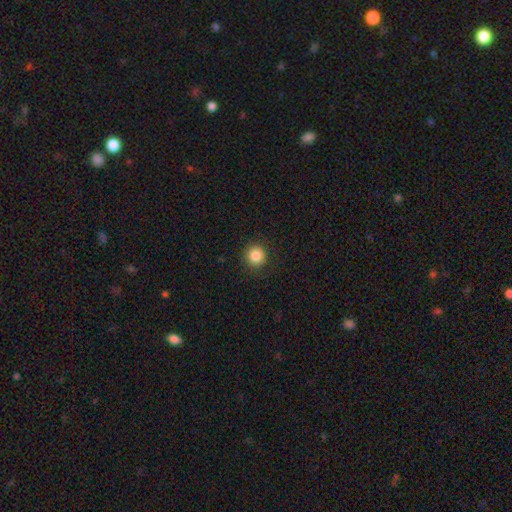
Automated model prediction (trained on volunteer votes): smooth-or-featured: smooth: 85% | star or artifact: 11% | featured or disk: 5%
  how-rounded: round: 95% | in between: 5% | cigar-shaped: 1%
  merging: none: 90% | minor disturbance: 6% | major disturbance: 2% | merger: 1%